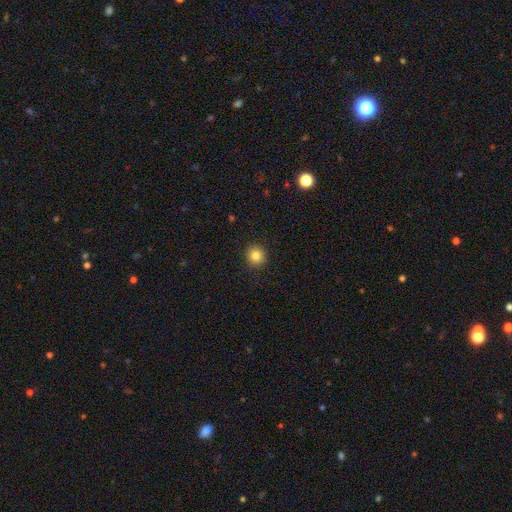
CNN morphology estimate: smooth-or-featured: smooth: 83% | star or artifact: 11% | featured or disk: 6%
  how-rounded: round: 92% | in between: 7% | cigar-shaped: 1%
  merging: none: 92% | minor disturbance: 5% | major disturbance: 2% | merger: 1%